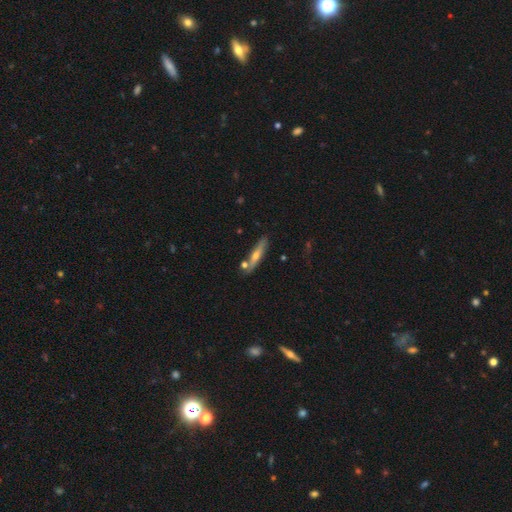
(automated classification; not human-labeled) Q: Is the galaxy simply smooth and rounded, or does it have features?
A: featured or disk — 52%.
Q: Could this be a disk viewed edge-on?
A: yes — 89%.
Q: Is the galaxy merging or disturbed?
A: none — 78%.